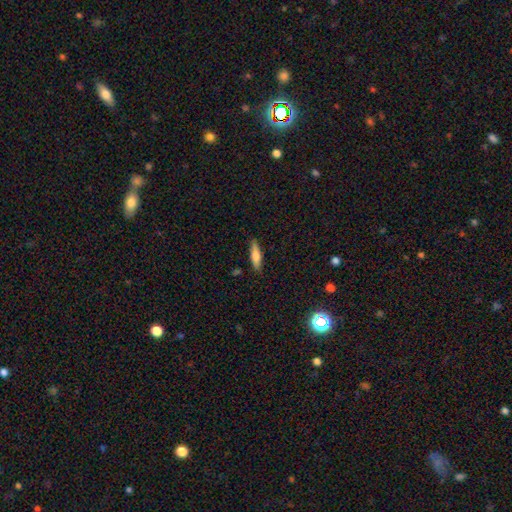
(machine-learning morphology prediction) smooth_or_featured: smooth (p=0.67) [alt: featured or disk p=0.27]
how_rounded: cigar-shaped (p=0.70) [alt: in between p=0.28]
merging: none (p=0.86) [alt: minor disturbance p=0.10]